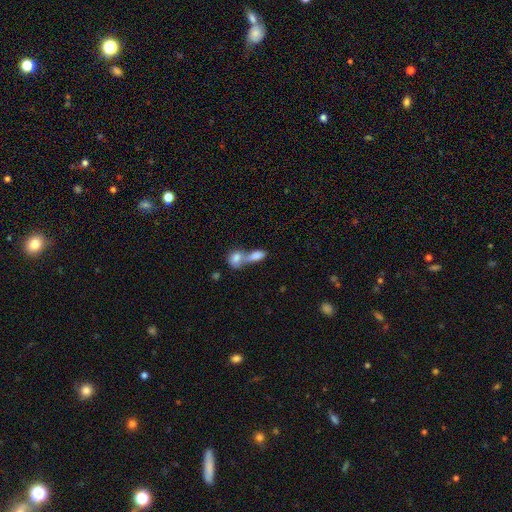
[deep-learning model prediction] Smooth or featured? smooth (77%)
How rounded? in between (75%)
Merging? merger (72%)